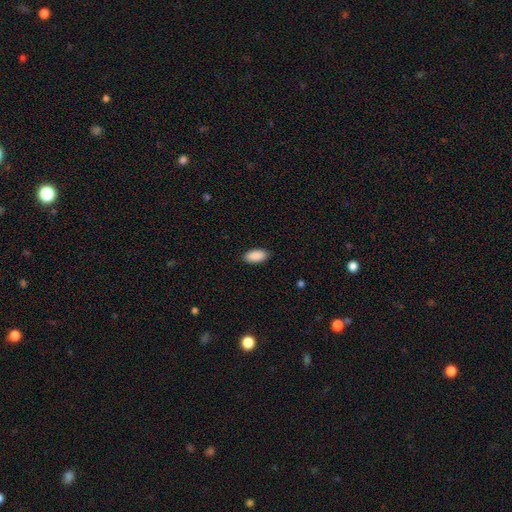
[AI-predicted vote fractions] Q: Smooth or featured?
A: smooth (91%); runner-up: star or artifact (6%)
Q: How rounded?
A: in between (94%); runner-up: cigar-shaped (4%)
Q: Merging?
A: none (89%); runner-up: minor disturbance (8%)